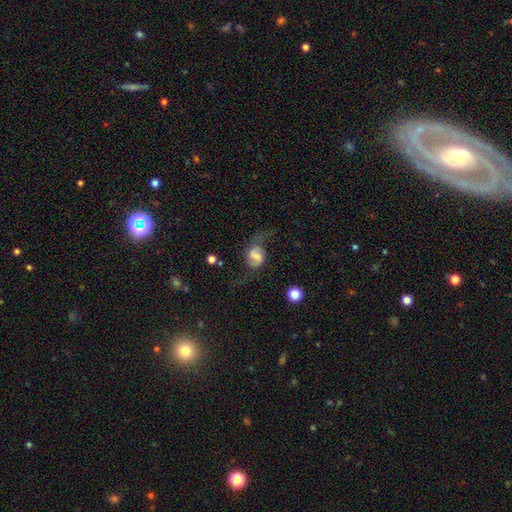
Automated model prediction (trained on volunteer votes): smooth_or_featured: featured or disk (p=0.59) [alt: smooth p=0.31]
disk_edge_on: no (p=0.96) [alt: yes p=0.04]
bar: weak (p=0.46) [alt: strong p=0.29]
has_spiral_arms: yes (p=0.83) [alt: no p=0.17]
bulge_size: none (p=0.32) [alt: moderate p=0.26]
merging: none (p=0.44) [alt: major disturbance p=0.29]